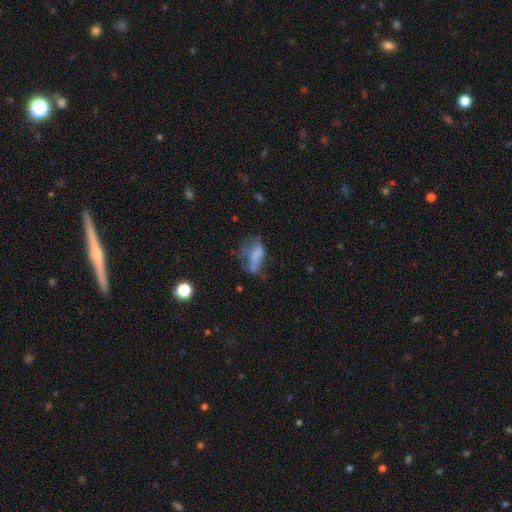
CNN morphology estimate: Smooth or featured? Predicted: smooth (p=0.59). How rounded? Predicted: in between (p=0.76). Merging? Predicted: major disturbance (p=0.40).